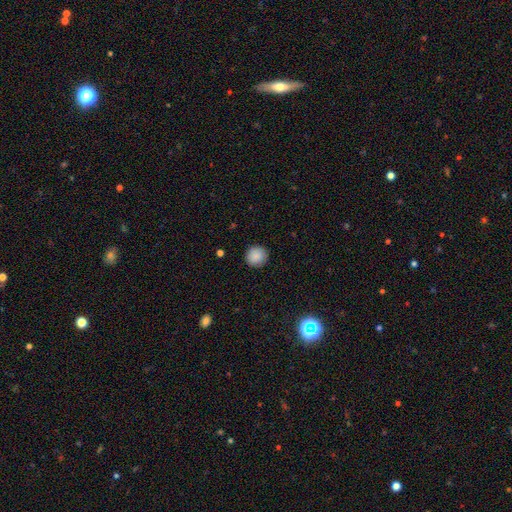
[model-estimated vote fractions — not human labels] Morphology: type=smooth (88%); roundness=round (94%); merging=none (91%).